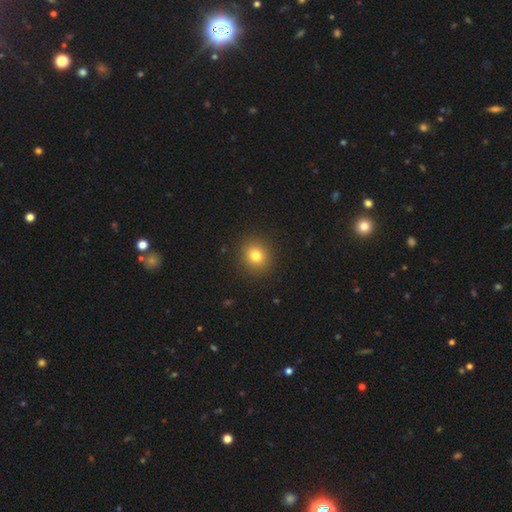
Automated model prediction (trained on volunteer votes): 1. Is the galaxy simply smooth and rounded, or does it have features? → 79% smooth, 13% star or artifact, 8% featured or disk.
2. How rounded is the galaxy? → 85% round, 15% in between, 1% cigar-shaped.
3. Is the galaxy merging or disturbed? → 91% none, 6% minor disturbance, 2% major disturbance, 1% merger.